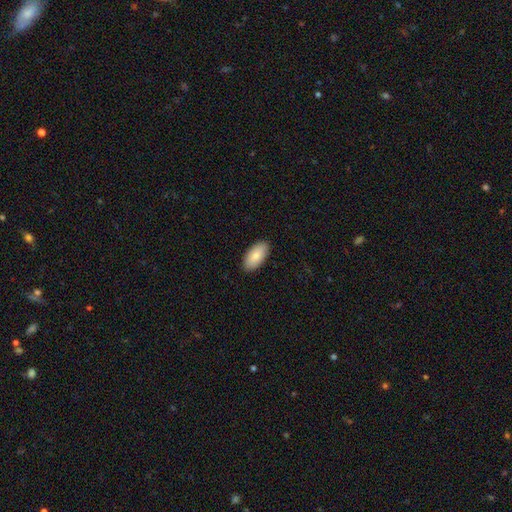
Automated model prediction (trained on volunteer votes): The model was most divided on "smooth or featured": smooth: 84%, featured or disk: 10%, star or artifact: 6%. More confident: how rounded — in between (94%); merging — none (89%).